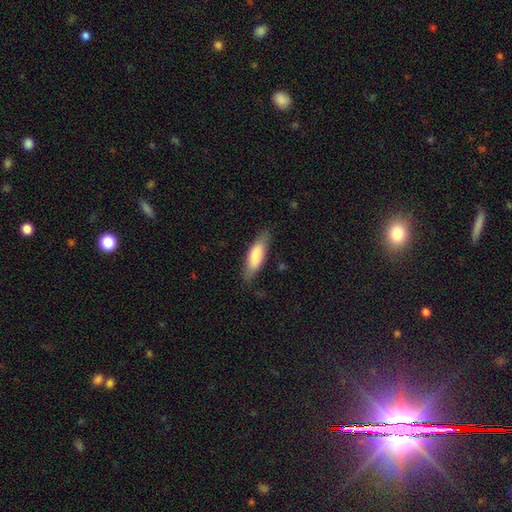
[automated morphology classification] Smooth or featured? smooth (79%)
How rounded? in between (51%)
Merging? none (78%)